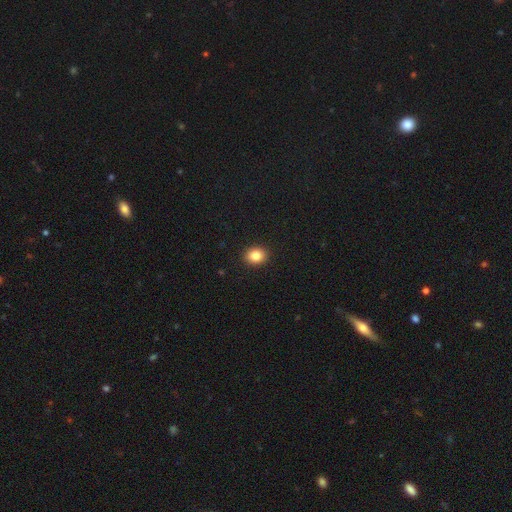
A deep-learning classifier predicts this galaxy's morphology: Smooth or featured: smooth — 85% (star or artifact — 10%)
How rounded: round — 55% (in between — 44%)
Merging: none — 92% (minor disturbance — 6%)